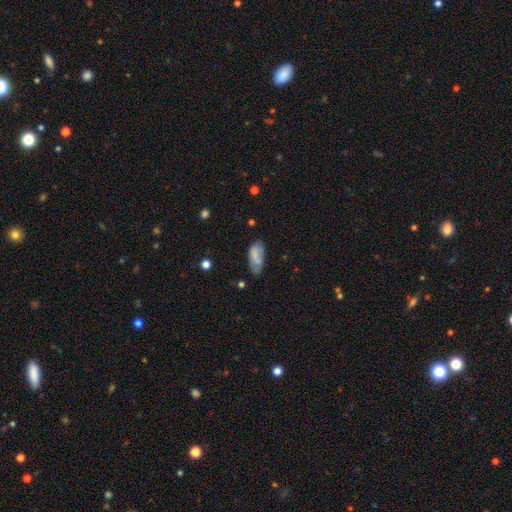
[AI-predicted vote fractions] Morphology: type=smooth (71%); roundness=in between (86%); merging=none (53%).